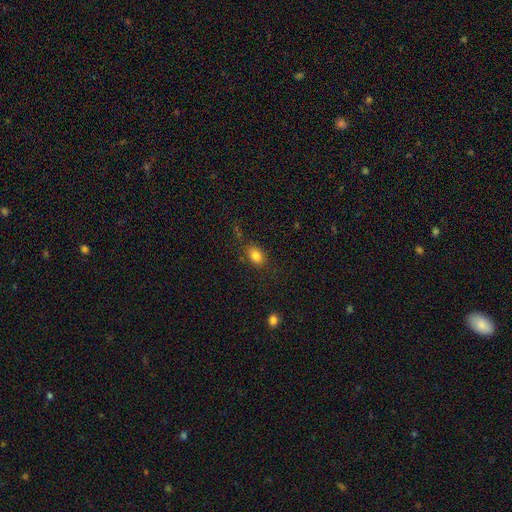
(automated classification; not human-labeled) Smooth or featured?
  - smooth: 82% *
  - star or artifact: 11%
  - featured or disk: 7%
How rounded?
  - in between: 70% *
  - round: 29%
  - cigar-shaped: 1%
Merging?
  - none: 78% *
  - minor disturbance: 14%
  - major disturbance: 5%
  - merger: 3%